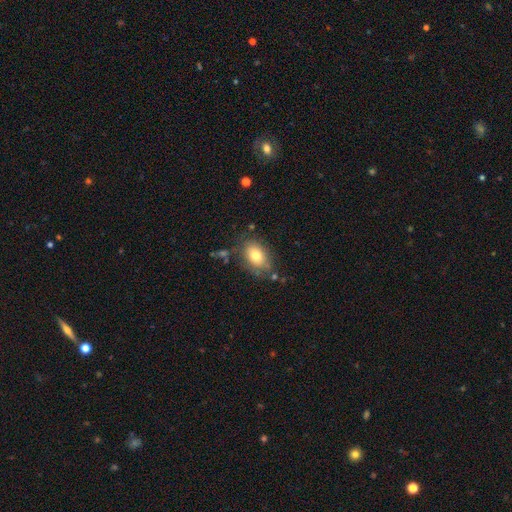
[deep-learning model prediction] This appears to be a smooth galaxy with no disk features (77%) that is in between round and cigar-shaped (84%). Merging: none (72%).